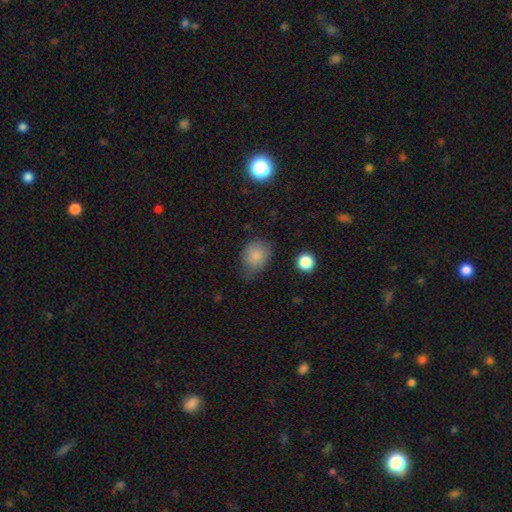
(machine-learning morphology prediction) Smooth or featured? Predicted: smooth (p=0.84). How rounded? Predicted: round (p=0.57). Merging? Predicted: none (p=0.57).